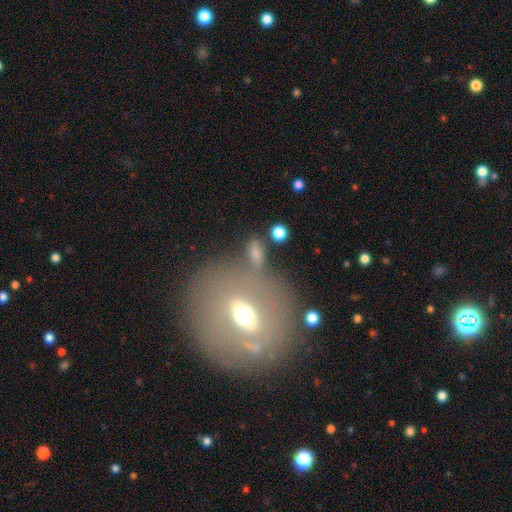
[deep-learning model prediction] A smooth galaxy with no disk features (47%). Merging: none (57%).